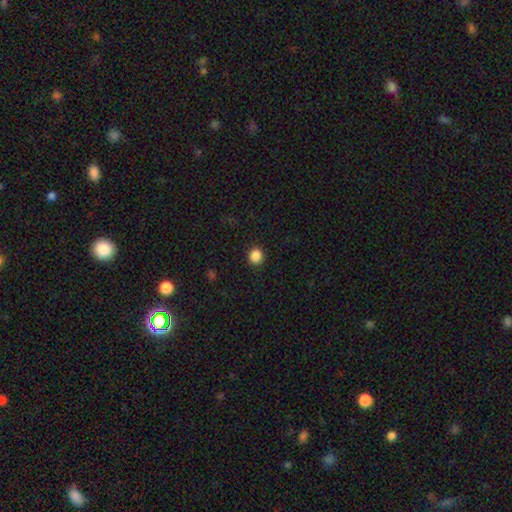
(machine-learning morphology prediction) The model was most divided on "smooth or featured": smooth: 87%, star or artifact: 10%, featured or disk: 3%. More confident: merging — none (92%); how rounded — round (92%).